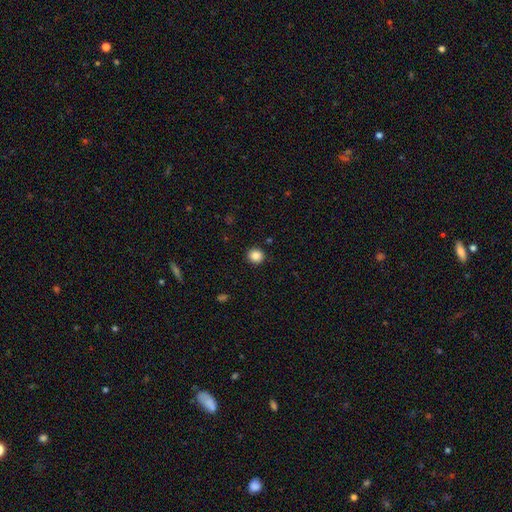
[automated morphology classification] A smooth galaxy with no disk features (86%) that is round (90%). Merging: none (91%).